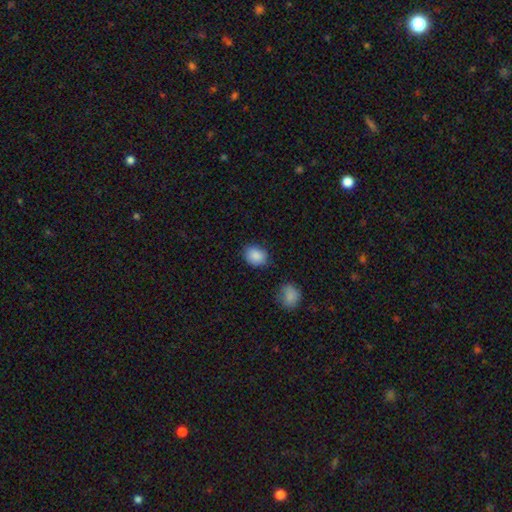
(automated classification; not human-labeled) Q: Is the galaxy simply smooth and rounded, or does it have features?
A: smooth — 88%.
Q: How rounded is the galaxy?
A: in between — 57%.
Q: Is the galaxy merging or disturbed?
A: none — 79%.